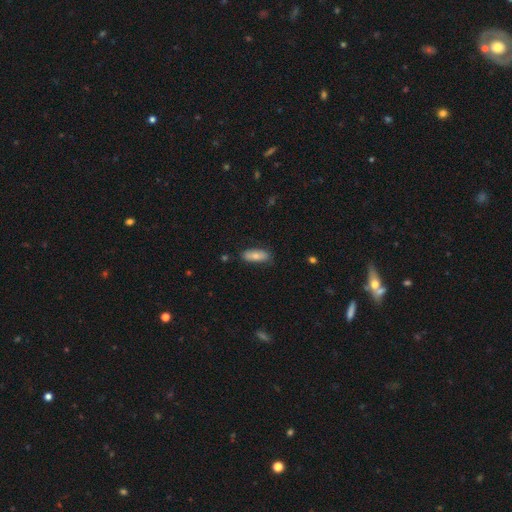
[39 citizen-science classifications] smooth-or-featured: smooth: 79% | featured or disk: 15% | star or artifact: 5%
  how-rounded: in between: 81% | cigar-shaped: 19% | round: 0%
  merging: none: 86% | minor disturbance: 11% | merger: 3% | major disturbance: 0%